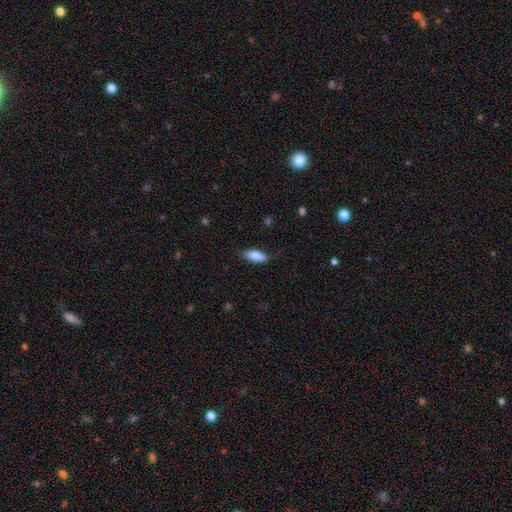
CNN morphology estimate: Smooth or featured?
  - smooth: 83% *
  - featured or disk: 11%
  - star or artifact: 6%
How rounded?
  - in between: 74% *
  - cigar-shaped: 24%
  - round: 2%
Merging?
  - none: 74% *
  - minor disturbance: 20%
  - major disturbance: 5%
  - merger: 1%